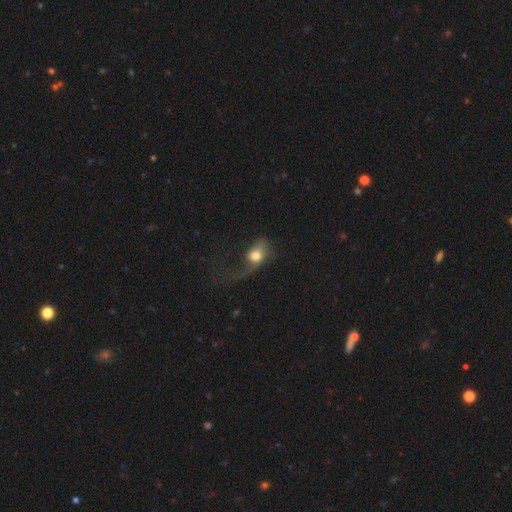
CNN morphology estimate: smooth-or-featured: smooth: 62% | featured or disk: 30% | star or artifact: 8%
  how-rounded: in between: 62% | round: 34% | cigar-shaped: 4%
  merging: major disturbance: 61% | none: 19% | minor disturbance: 17% | merger: 3%